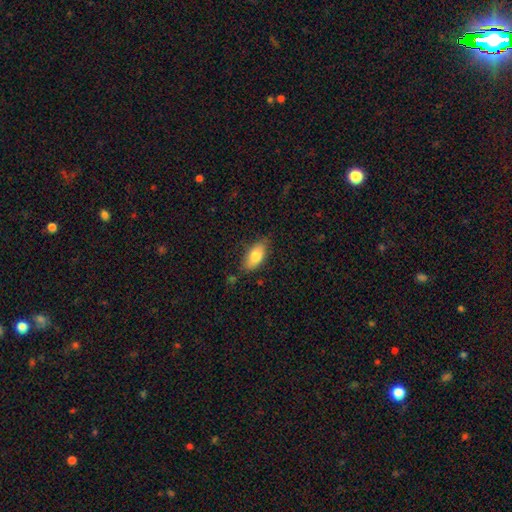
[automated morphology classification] This is likely a smooth galaxy (79%). How rounded: clearly in between (88%). Merging: likely none (77%).